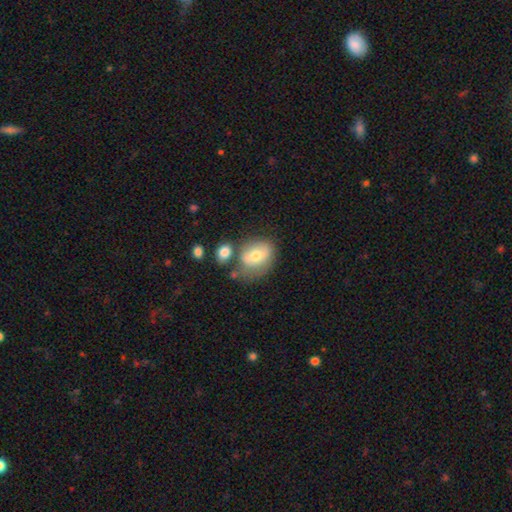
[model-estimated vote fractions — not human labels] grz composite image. It shows a smooth galaxy with no disk features (66%) that is in between round and cigar-shaped (57%). Merging: none (43%).